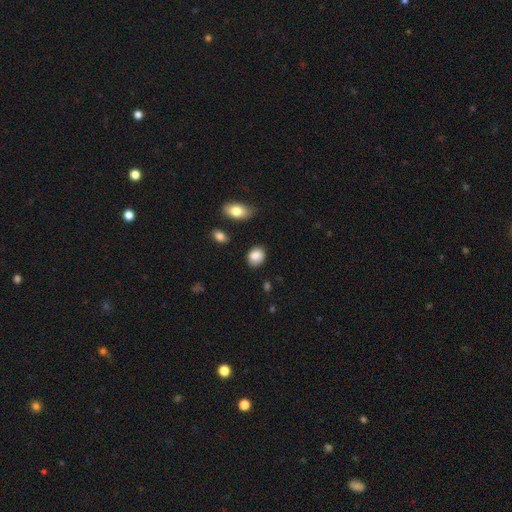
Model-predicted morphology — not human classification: type=smooth (87%); roundness=in between (52%); merging=none (84%).